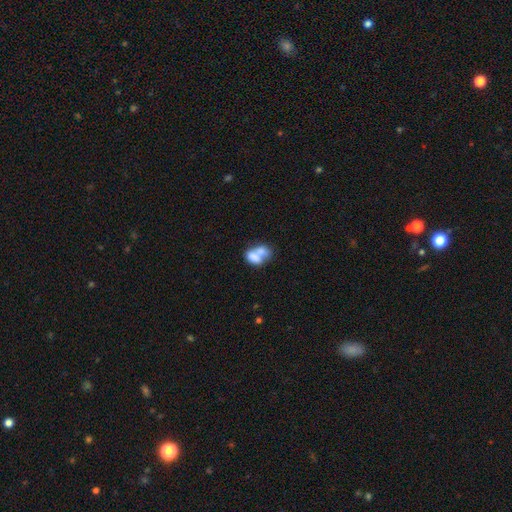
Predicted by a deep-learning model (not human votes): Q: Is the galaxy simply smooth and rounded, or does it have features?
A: smooth — 66%.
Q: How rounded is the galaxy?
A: in between — 82%.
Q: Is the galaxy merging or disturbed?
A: merger — 66%.